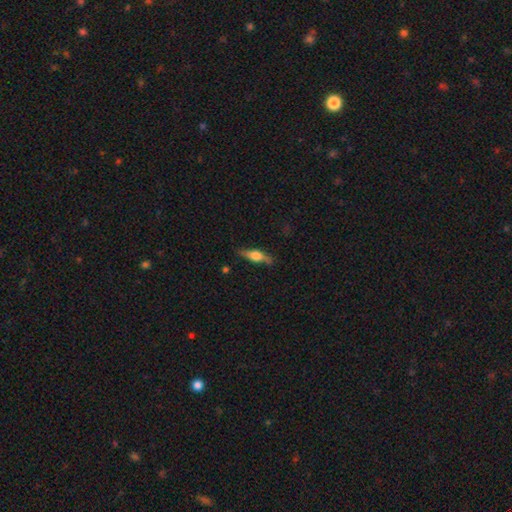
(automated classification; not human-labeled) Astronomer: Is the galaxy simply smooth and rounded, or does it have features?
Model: featured or disk — 51% (runner-up: smooth, 42%).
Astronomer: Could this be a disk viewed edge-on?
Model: yes — 91%.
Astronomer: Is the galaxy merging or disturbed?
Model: none — 78%.